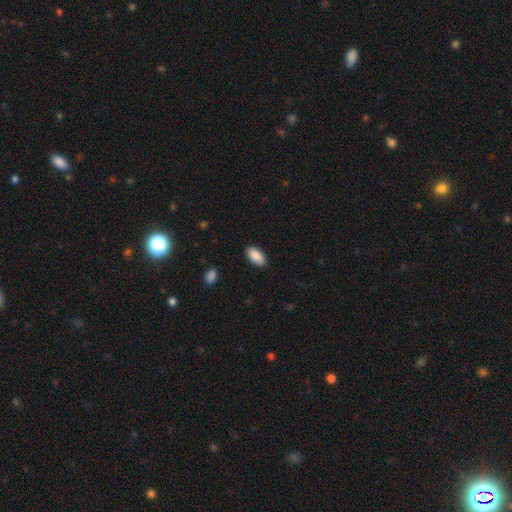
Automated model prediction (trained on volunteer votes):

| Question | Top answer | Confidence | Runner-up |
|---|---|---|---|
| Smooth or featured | smooth | 89% | star or artifact (6%) |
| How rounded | in between | 94% | cigar-shaped (4%) |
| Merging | none | 88% | minor disturbance (9%) |